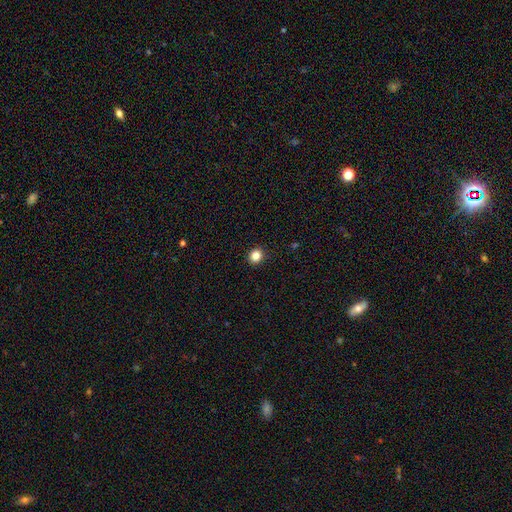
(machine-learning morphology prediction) A smooth galaxy with no disk features (84%) that is round (78%). Merging: none (92%).